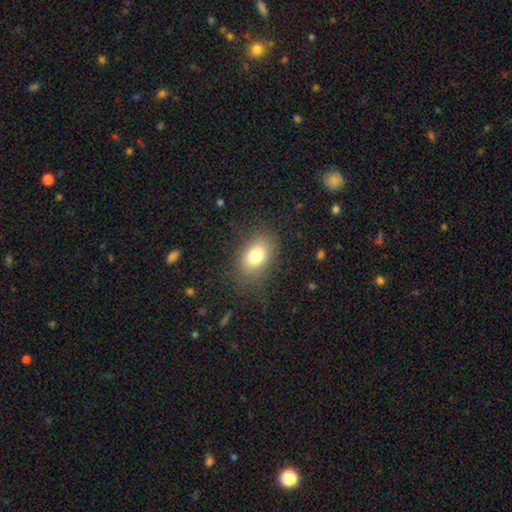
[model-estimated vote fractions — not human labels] The model was most divided on "how rounded": in between: 79%, round: 20%, cigar-shaped: 1%. More confident: merging — none (77%); smooth or featured — smooth (77%).